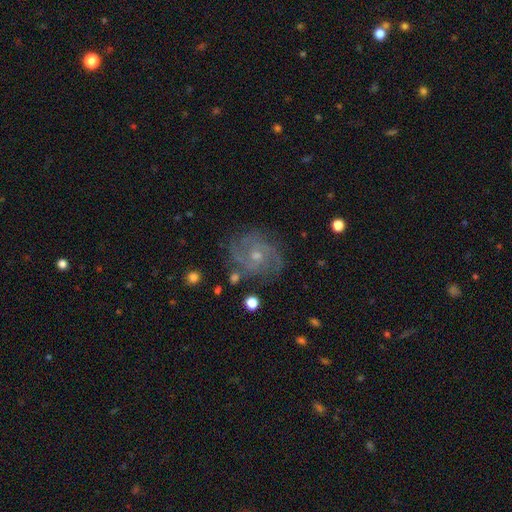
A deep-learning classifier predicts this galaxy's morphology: Smooth or featured? Predicted: featured or disk (p=0.82). Edge-on disk? Predicted: no (p=0.98). Bar? Predicted: no (p=0.69). Spiral arms? Predicted: yes (p=0.95). Spiral winding? Predicted: tight (p=0.48). Spiral arm count? Predicted: 3 (p=0.30). Bulge size? Predicted: small (p=0.59). Merging? Predicted: none (p=0.77).